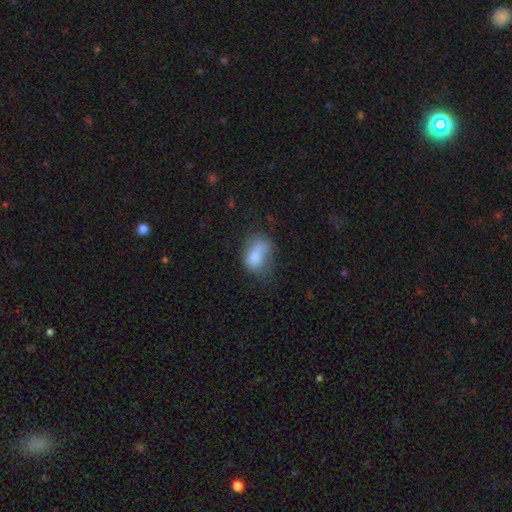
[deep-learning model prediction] Smooth or featured? smooth (73%)
How rounded? in between (78%)
Merging? major disturbance (36%)